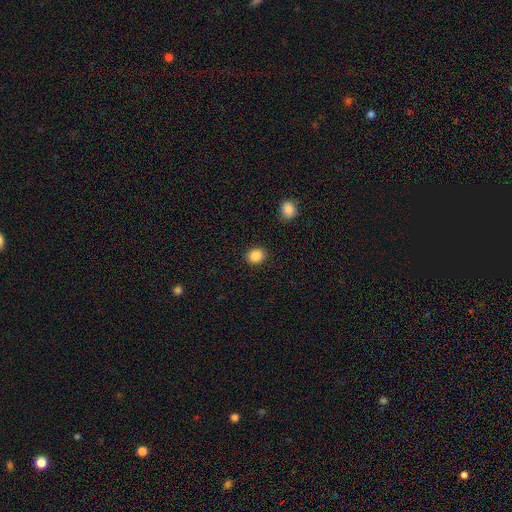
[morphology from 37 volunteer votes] Overall: smooth (92%). How rounded: round (76%). Merging: none (91%).